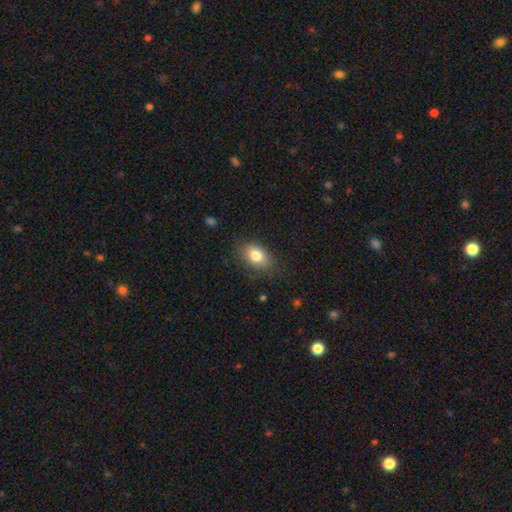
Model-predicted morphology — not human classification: A smooth galaxy with no disk features (81%) that is in between round and cigar-shaped (84%).

Vote fractions:
- Smooth or featured? smooth: 81% / featured or disk: 10% / star or artifact: 9%
- How rounded? in between: 84% / round: 14% / cigar-shaped: 2%
- Merging? none: 79% / minor disturbance: 16% / major disturbance: 4% / merger: 1%